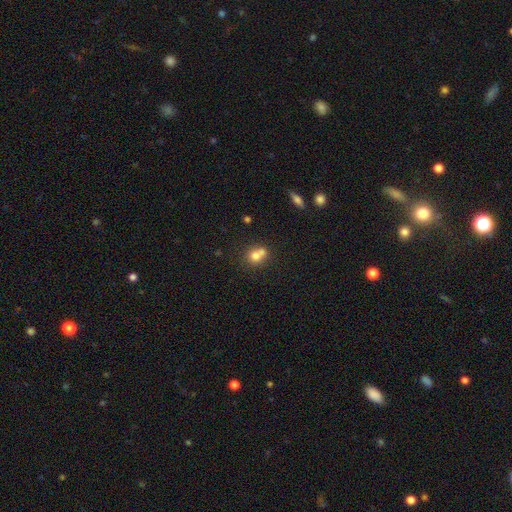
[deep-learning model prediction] smooth-or-featured: smooth: 72% | featured or disk: 16% | star or artifact: 11%
  how-rounded: round: 73% | in between: 26% | cigar-shaped: 1%
  merging: merger: 51% | none: 36% | minor disturbance: 10% | major disturbance: 4%